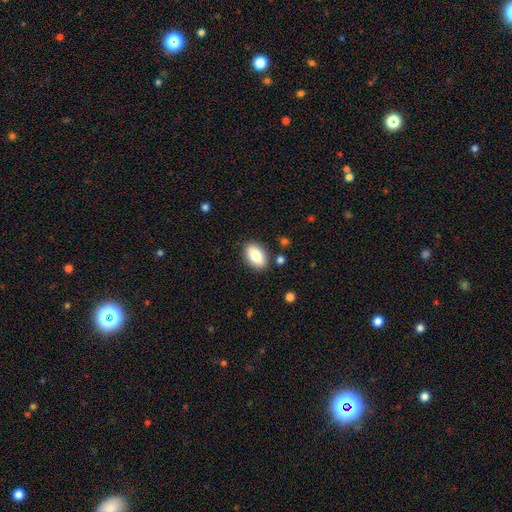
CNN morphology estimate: A smooth galaxy with no disk features (81%) that is in between round and cigar-shaped (89%). Merging: none (86%).